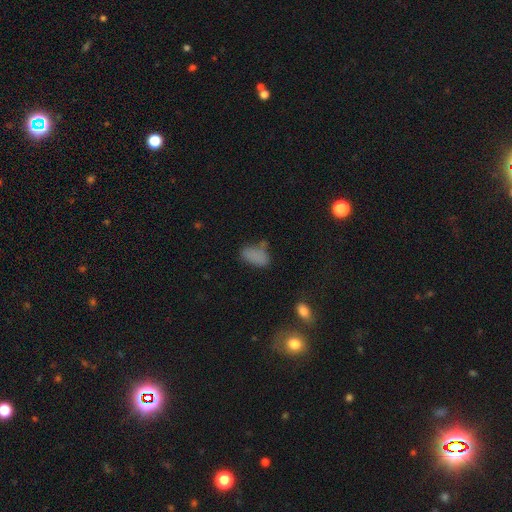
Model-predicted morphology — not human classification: Smooth or featured? Predicted: smooth (p=0.79). How rounded? Predicted: in between (p=0.90). Merging? Predicted: none (p=0.55).